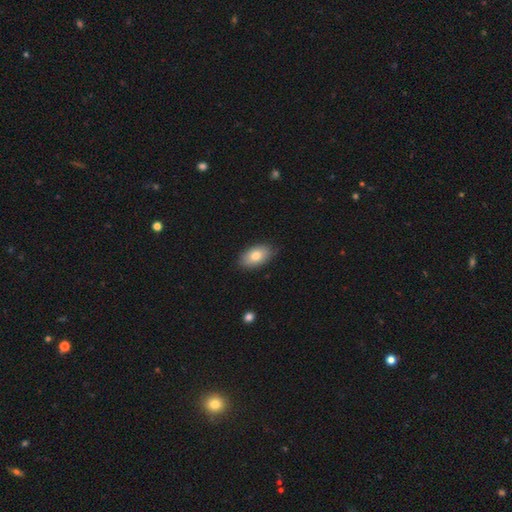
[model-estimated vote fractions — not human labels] smooth_or_featured: smooth (p=0.80) [alt: featured or disk p=0.13]
how_rounded: in between (p=0.93) [alt: round p=0.05]
merging: none (p=0.82) [alt: minor disturbance p=0.14]